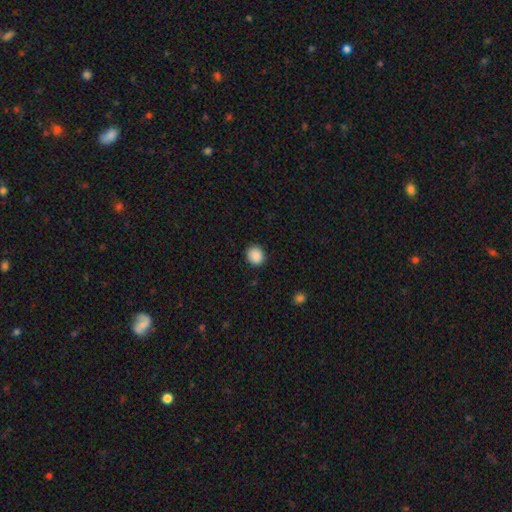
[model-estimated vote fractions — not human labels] A smooth galaxy with no disk features (89%) that is round (84%). Merging: none (90%).